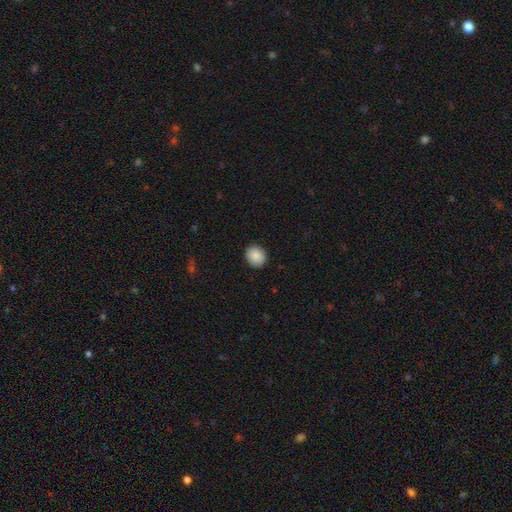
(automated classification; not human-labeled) This is clearly a smooth galaxy (89%). How rounded: likely round (74%). Merging: clearly none (90%).